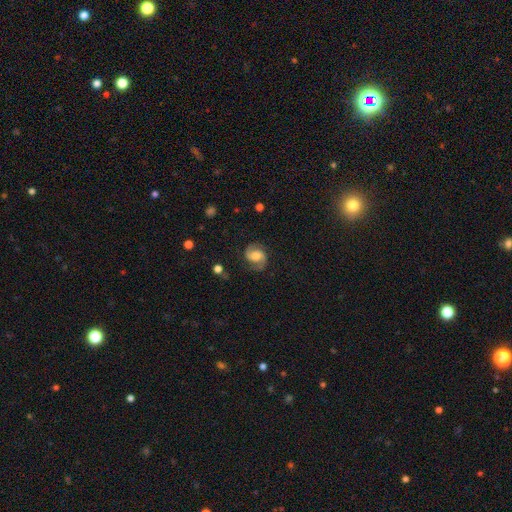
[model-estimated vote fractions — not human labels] smooth-or-featured: featured or disk: 84% | smooth: 10% | star or artifact: 6%
  disk-edge-on: no: 98% | yes: 2%
    bar: no: 52% | weak: 39% | strong: 9%
    has-spiral-arms: yes: 97% | no: 3%
      spiral-winding: medium: 56% | tight: 22% | loose: 21%
      spiral-arm-count: 2: 93% | can't tell: 2% | 1: 2% | 3: 1% | 4: 1% | more than 4: 1%
    bulge-size: moderate: 51% | small: 20% | large: 17% | none: 9% | dominant: 2%
  merging: none: 81% | minor disturbance: 13% | major disturbance: 5% | merger: 1%